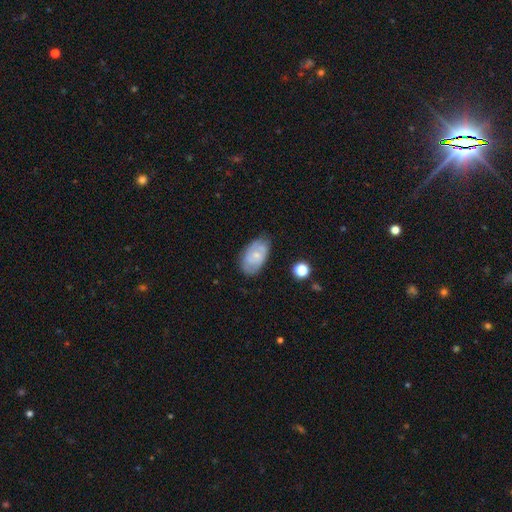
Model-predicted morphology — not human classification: Smooth or featured?
  - featured or disk: 54% *
  - smooth: 39%
  - star or artifact: 7%
Edge-on disk?
  - no: 95% *
  - yes: 5%
Bar?
  - no: 66% *
  - weak: 29%
  - strong: 5%
Spiral arms?
  - yes: 71% *
  - no: 29%
Bulge size?
  - small: 64% *
  - moderate: 28%
  - none: 6%
  - large: 2%
  - dominant: 1%
Merging?
  - none: 71% *
  - minor disturbance: 21%
  - major disturbance: 5%
  - merger: 3%